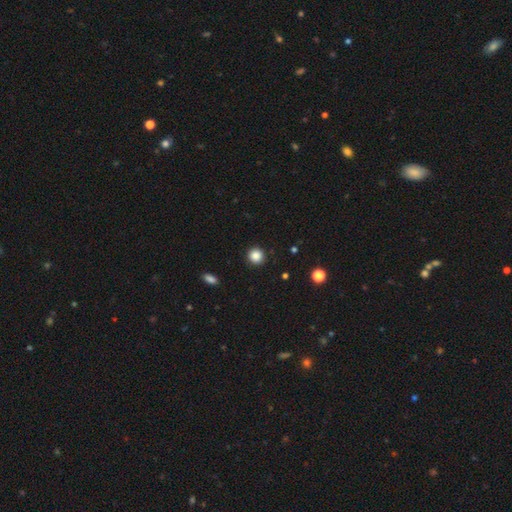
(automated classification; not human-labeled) Smooth or featured?
  - smooth: 86% *
  - star or artifact: 11%
  - featured or disk: 3%
How rounded?
  - round: 93% *
  - in between: 6%
  - cigar-shaped: 1%
Merging?
  - none: 92% *
  - minor disturbance: 5%
  - major disturbance: 2%
  - merger: 1%